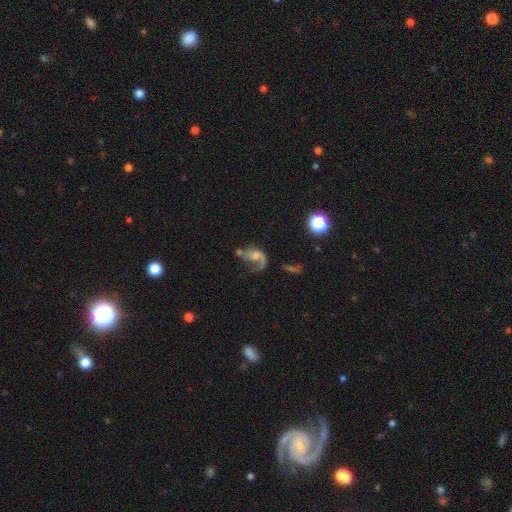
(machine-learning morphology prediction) This appears to be a featured or disk galaxy (66%) with no bar (64%), 1 (62%) loose (66%) spiral arms (82%) and a moderate central bulge (36%). Merging: major disturbance (40%).